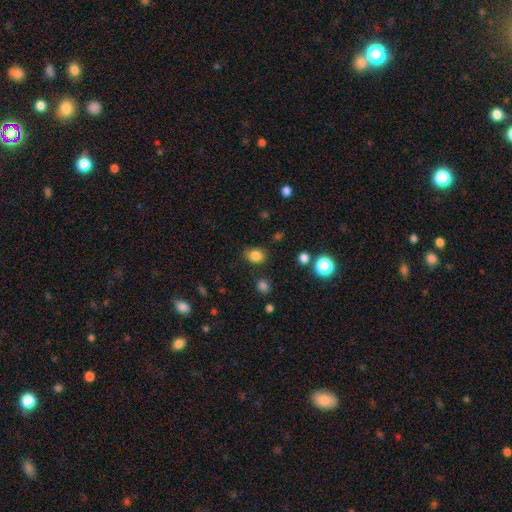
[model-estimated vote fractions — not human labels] Overall: smooth (83%). How rounded: round (51%; in between 48%). Merging: none (82%).